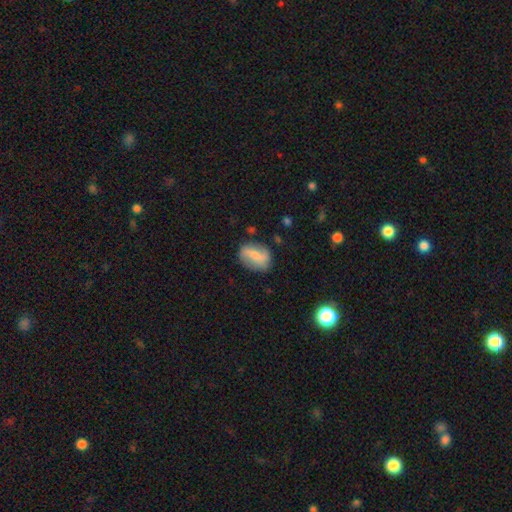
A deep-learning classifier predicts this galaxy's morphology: Smooth or featured: featured or disk — 48% (smooth — 44%)
Merging: none — 74% (minor disturbance — 18%)